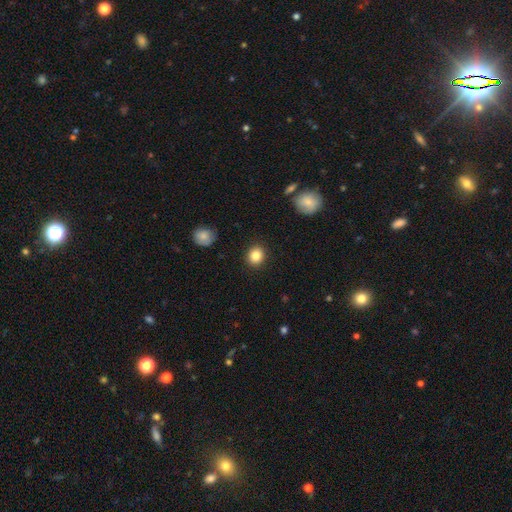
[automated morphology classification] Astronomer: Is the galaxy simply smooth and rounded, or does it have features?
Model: smooth — 85%.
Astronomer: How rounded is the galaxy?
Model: round — 79%.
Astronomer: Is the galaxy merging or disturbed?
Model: none — 90%.